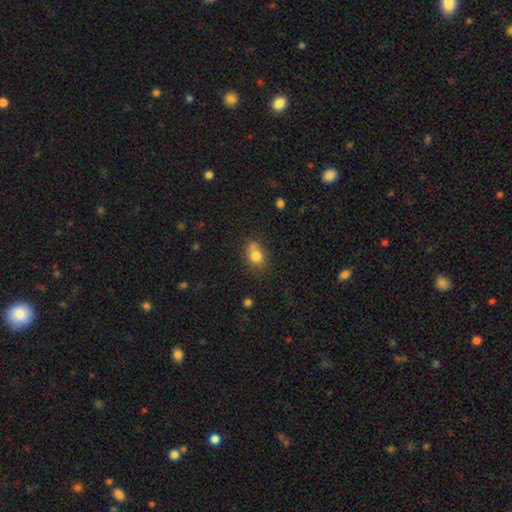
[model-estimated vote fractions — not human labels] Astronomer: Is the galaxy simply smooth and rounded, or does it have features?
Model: smooth — 79%.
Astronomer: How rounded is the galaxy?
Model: round — 54% (runner-up: in between, 45%).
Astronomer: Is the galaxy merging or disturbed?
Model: none — 59%.